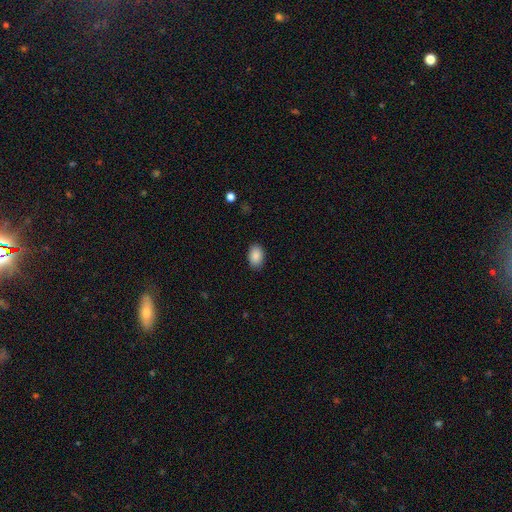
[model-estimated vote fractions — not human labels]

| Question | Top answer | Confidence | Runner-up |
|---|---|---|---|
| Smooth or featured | smooth | 89% | star or artifact (7%) |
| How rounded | in between | 88% | round (11%) |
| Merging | none | 88% | minor disturbance (9%) |